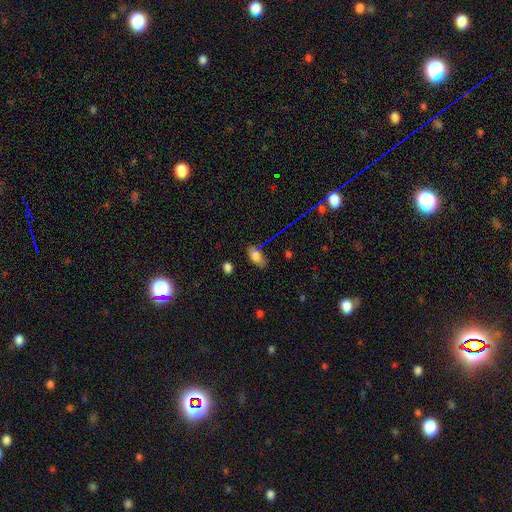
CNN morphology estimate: Overall: smooth (79%). How rounded: in between (91%). Merging: none (68%).